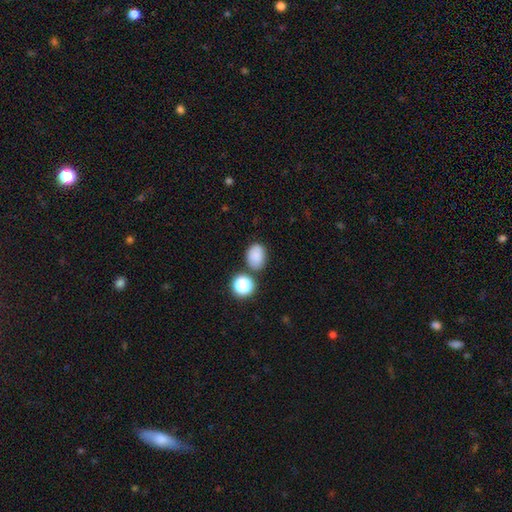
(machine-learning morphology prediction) smooth_or_featured: smooth (p=0.82) [alt: star or artifact p=0.12]
how_rounded: in between (p=0.68) [alt: round p=0.31]
merging: none (p=0.73) [alt: minor disturbance p=0.14]